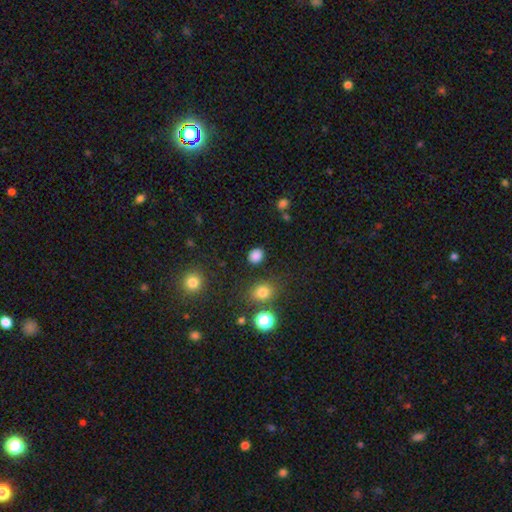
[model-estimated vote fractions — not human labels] The model was most divided on "how rounded": round: 67%, in between: 32%, cigar-shaped: 1%. More confident: merging — none (86%); smooth or featured — smooth (82%).